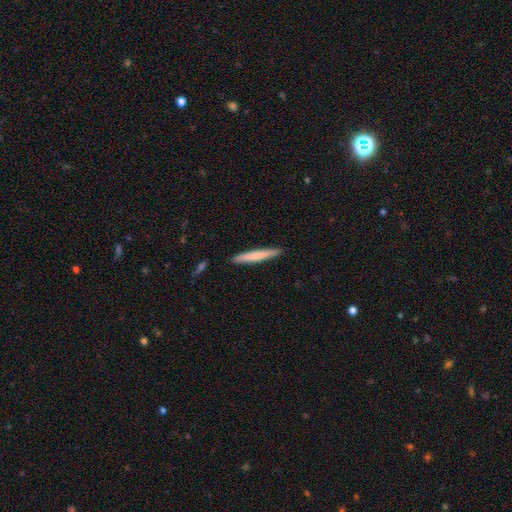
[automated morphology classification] Smooth or featured? smooth (71%)
How rounded? cigar-shaped (95%)
Merging? none (91%)